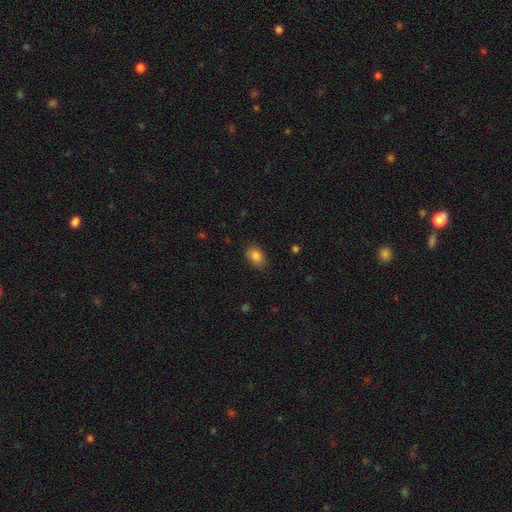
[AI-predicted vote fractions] Q: Smooth or featured?
A: smooth (86%); runner-up: star or artifact (8%)
Q: How rounded?
A: in between (86%); runner-up: round (13%)
Q: Merging?
A: none (81%); runner-up: minor disturbance (14%)